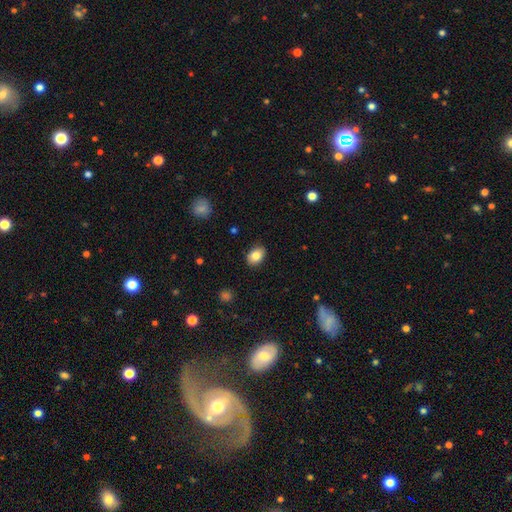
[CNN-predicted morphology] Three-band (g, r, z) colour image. It shows a smooth galaxy with no disk features (83%) that is in between round and cigar-shaped (78%). Merging: none (87%).